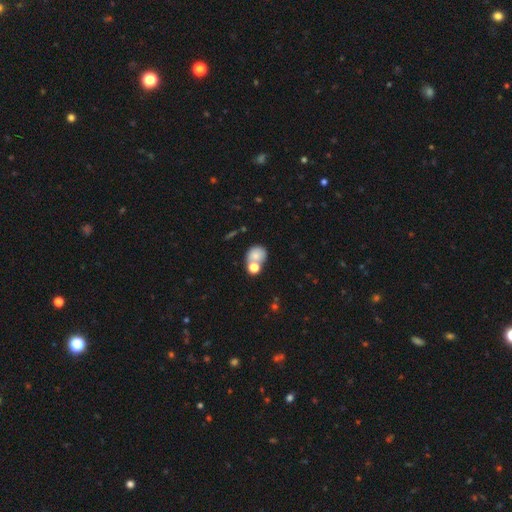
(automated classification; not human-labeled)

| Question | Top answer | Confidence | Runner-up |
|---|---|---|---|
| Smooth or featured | smooth | 75% | featured or disk (13%) |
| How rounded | round | 70% | in between (29%) |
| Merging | none | 44% | merger (39%) |